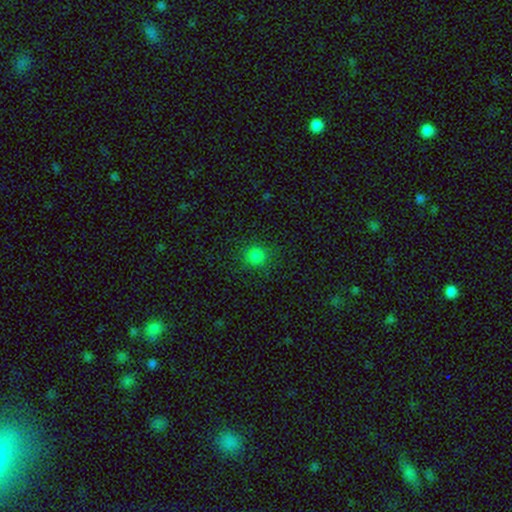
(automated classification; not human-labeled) The model was most divided on "smooth or featured": smooth: 82%, star or artifact: 15%, featured or disk: 3%. More confident: how rounded — round (92%); merging — none (88%).